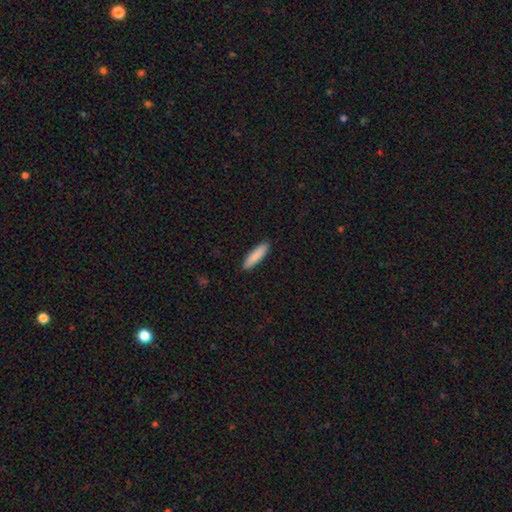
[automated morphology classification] type=smooth (87%); roundness=cigar-shaped (75%); merging=none (91%).